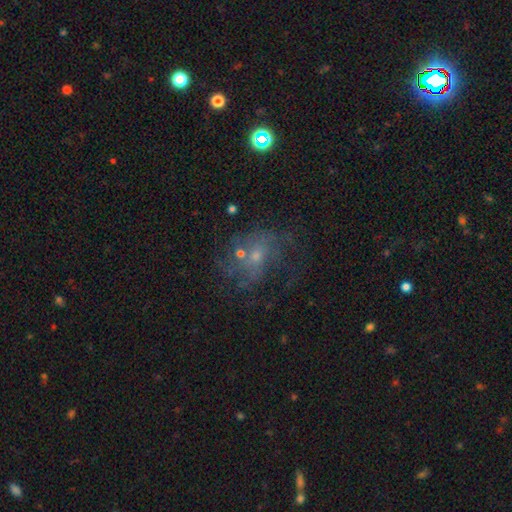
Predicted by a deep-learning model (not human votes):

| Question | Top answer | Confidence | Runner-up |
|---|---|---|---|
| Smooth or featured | featured or disk | 55% | smooth (26%) |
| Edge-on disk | no | 97% | yes (3%) |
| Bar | no | 80% | weak (17%) |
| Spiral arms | yes | 56% | no (44%) |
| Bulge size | small | 63% | moderate (25%) |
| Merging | none | 48% | major disturbance (27%) |